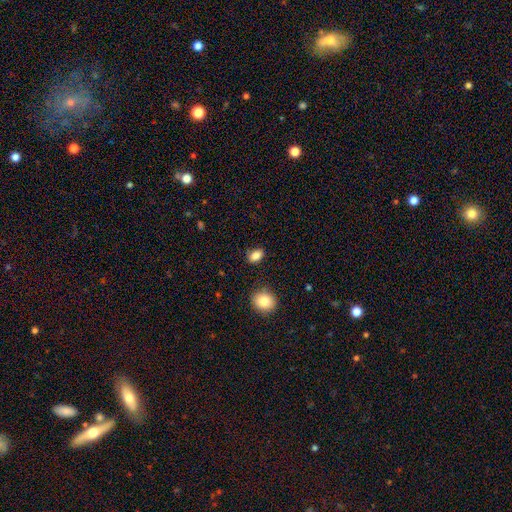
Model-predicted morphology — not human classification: Smooth or featured? Predicted: smooth (p=0.86). How rounded? Predicted: in between (p=0.78). Merging? Predicted: none (p=0.82).